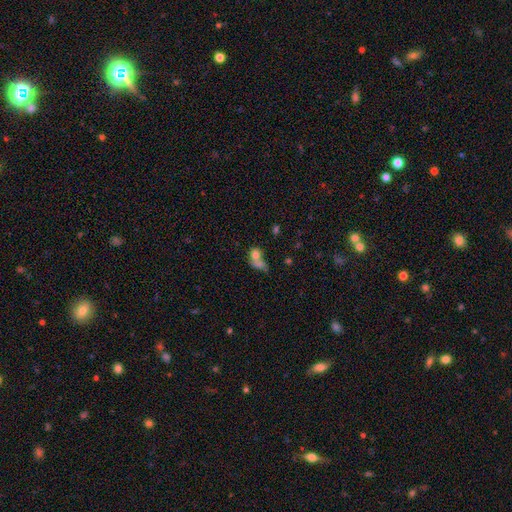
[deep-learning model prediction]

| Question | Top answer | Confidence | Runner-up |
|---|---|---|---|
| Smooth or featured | smooth | 72% | featured or disk (17%) |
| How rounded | round | 50% | in between (47%) |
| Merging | merger | 55% | none (23%) |